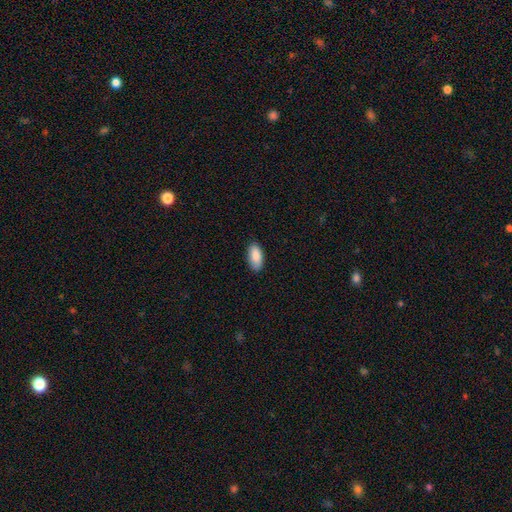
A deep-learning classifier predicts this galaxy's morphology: Smooth or featured: smooth — 88% (star or artifact — 6%)
How rounded: in between — 90% (cigar-shaped — 8%)
Merging: none — 85% (minor disturbance — 12%)